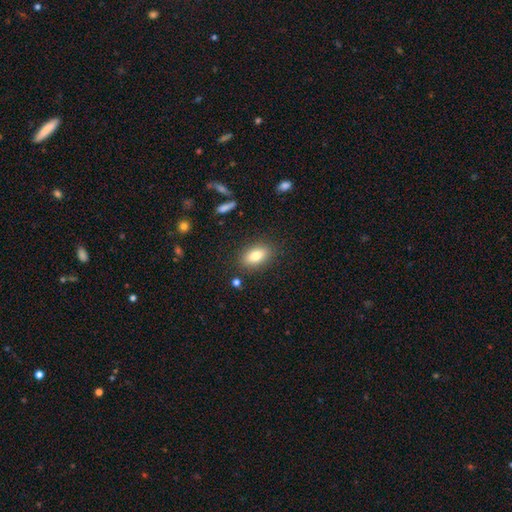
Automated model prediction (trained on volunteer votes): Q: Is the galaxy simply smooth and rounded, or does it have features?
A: smooth — 81%.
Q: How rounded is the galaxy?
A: in between — 87%.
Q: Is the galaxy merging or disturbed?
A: none — 86%.